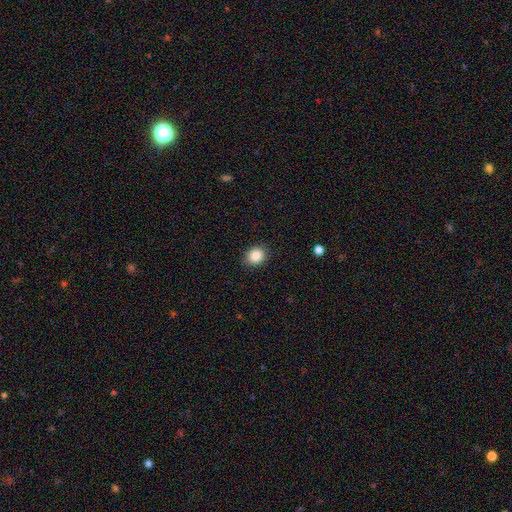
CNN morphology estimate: Q: Smooth or featured?
A: smooth (87%); runner-up: star or artifact (9%)
Q: How rounded?
A: round (66%); runner-up: in between (33%)
Q: Merging?
A: none (87%); runner-up: minor disturbance (9%)